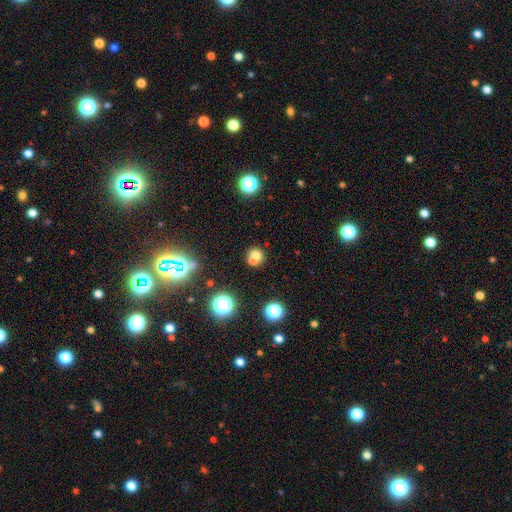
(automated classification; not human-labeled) Q: Smooth or featured?
A: smooth (67%); runner-up: star or artifact (18%)
Q: How rounded?
A: round (84%); runner-up: in between (15%)
Q: Merging?
A: merger (46%); runner-up: none (44%)